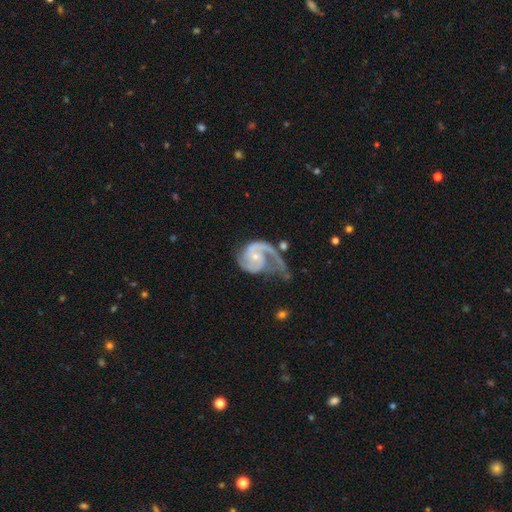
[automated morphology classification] smooth-or-featured: featured or disk: 89% | smooth: 6% | star or artifact: 4%
  disk-edge-on: no: 98% | yes: 2%
    bar: no: 62% | weak: 31% | strong: 8%
    has-spiral-arms: yes: 97% | no: 3%
      spiral-winding: medium: 51% | tight: 25% | loose: 24%
      spiral-arm-count: 2: 70% | 1: 21% | can't tell: 4% | 3: 3% | 4: 1% | more than 4: 1%
    bulge-size: small: 65% | moderate: 30% | none: 3% | large: 1% | dominant: 1%
  merging: none: 37% | major disturbance: 36% | minor disturbance: 22% | merger: 5%